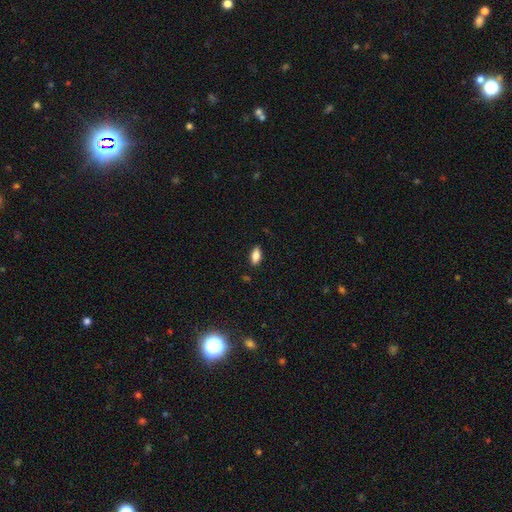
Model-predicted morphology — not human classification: smooth-or-featured: smooth: 85% | star or artifact: 8% | featured or disk: 8%
  how-rounded: in between: 88% | cigar-shaped: 9% | round: 3%
  merging: none: 86% | minor disturbance: 11% | major disturbance: 2% | merger: 1%